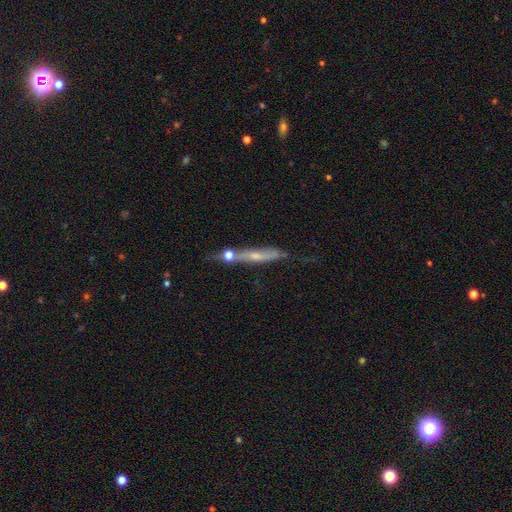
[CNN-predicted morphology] Q: Smooth or featured?
A: featured or disk (61%); runner-up: smooth (30%)
Q: Edge-on disk?
A: yes (82%); runner-up: no (18%)
Q: Merging?
A: none (52%); runner-up: minor disturbance (22%)